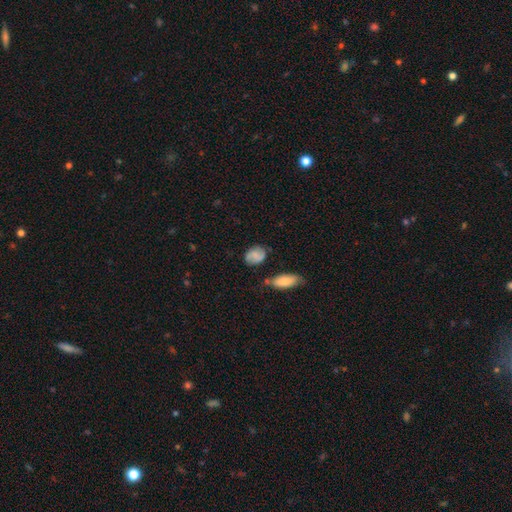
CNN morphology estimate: smooth-or-featured: smooth: 70% | featured or disk: 21% | star or artifact: 9%
  how-rounded: in between: 69% | round: 29% | cigar-shaped: 2%
  merging: none: 65% | minor disturbance: 22% | merger: 7% | major disturbance: 6%